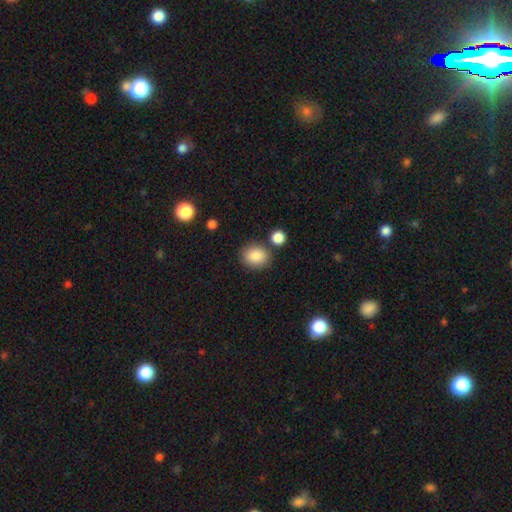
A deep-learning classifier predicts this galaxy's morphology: A smooth galaxy with no disk features (87%) that is round (58%).

Vote fractions:
- Smooth or featured? smooth: 87% / star or artifact: 8% / featured or disk: 5%
- How rounded? round: 58% / in between: 41% / cigar-shaped: 1%
- Merging? none: 78% / minor disturbance: 11% / merger: 8% / major disturbance: 3%